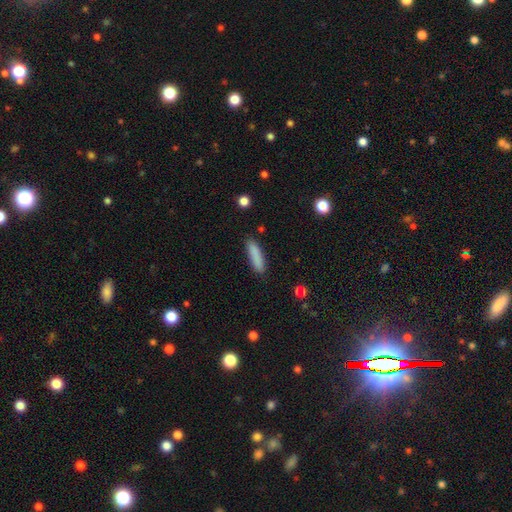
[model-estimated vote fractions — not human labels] Smooth or featured? smooth (86%)
How rounded? cigar-shaped (73%)
Merging? none (85%)